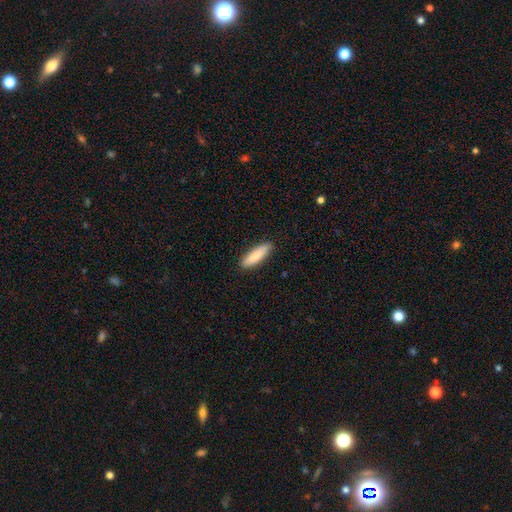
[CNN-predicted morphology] Smooth or featured?
  - smooth: 87% *
  - featured or disk: 8%
  - star or artifact: 6%
How rounded?
  - cigar-shaped: 67% *
  - in between: 31%
  - round: 1%
Merging?
  - none: 89% *
  - minor disturbance: 9%
  - major disturbance: 2%
  - merger: 1%